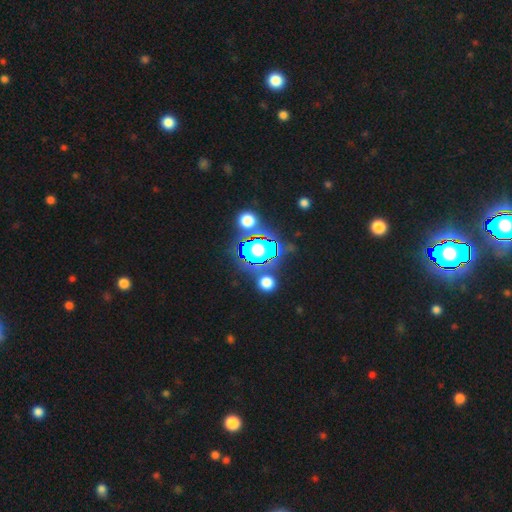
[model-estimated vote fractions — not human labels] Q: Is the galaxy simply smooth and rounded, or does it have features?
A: star or artifact — 59%.